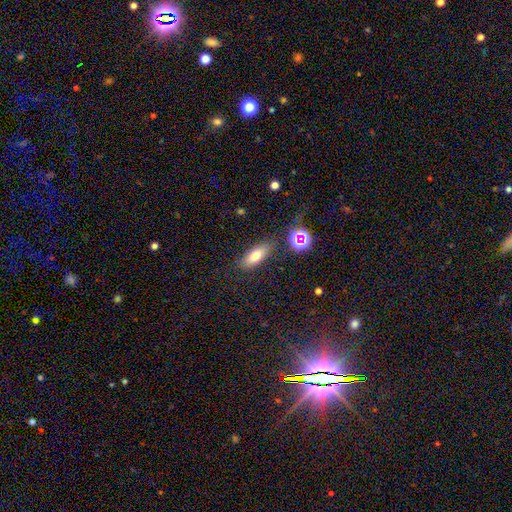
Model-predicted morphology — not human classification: A smooth galaxy with no disk features (73%) that is in between round and cigar-shaped (71%).

Vote fractions:
- Smooth or featured? smooth: 73% / featured or disk: 15% / star or artifact: 13%
- How rounded? in between: 71% / cigar-shaped: 24% / round: 5%
- Merging? none: 81% / minor disturbance: 12% / major disturbance: 4% / merger: 3%